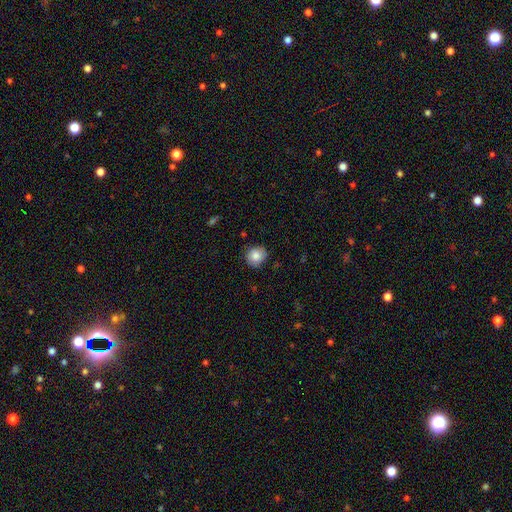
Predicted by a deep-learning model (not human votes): smooth-or-featured: smooth: 84% | star or artifact: 8% | featured or disk: 8%
  how-rounded: round: 86% | in between: 13% | cigar-shaped: 1%
  merging: none: 82% | minor disturbance: 15% | major disturbance: 3% | merger: 1%